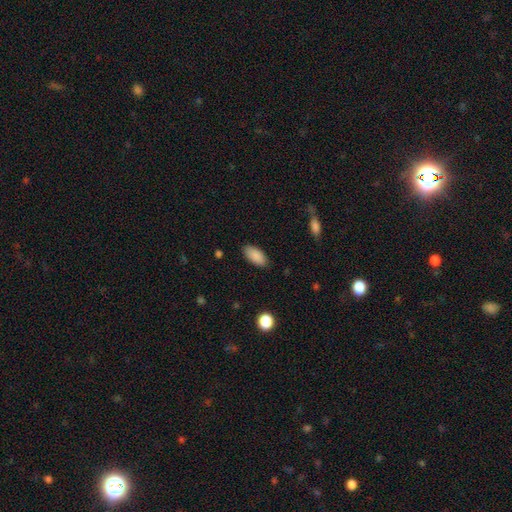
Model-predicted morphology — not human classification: A smooth galaxy with no disk features (89%) that is in between round and cigar-shaped (92%). Merging: none (86%).